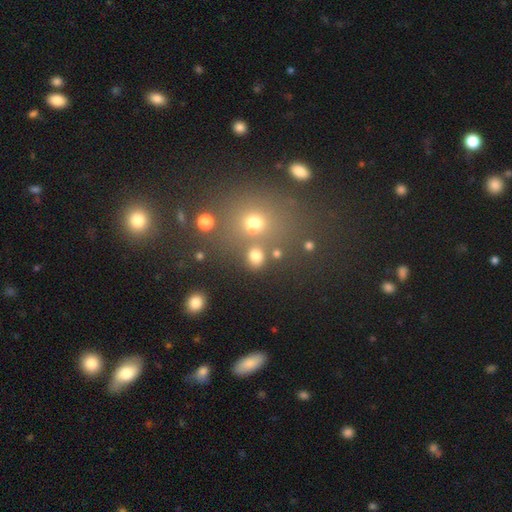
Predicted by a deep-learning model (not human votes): smooth_or_featured: smooth (p=0.75) [alt: star or artifact p=0.17]
how_rounded: round (p=0.72) [alt: in between p=0.26]
merging: none (p=0.70) [alt: merger p=0.15]